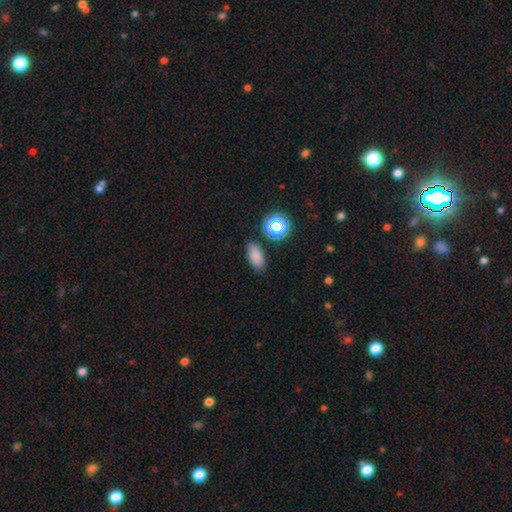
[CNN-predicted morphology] Smooth or featured?
  - smooth: 79% *
  - star or artifact: 15%
  - featured or disk: 6%
How rounded?
  - in between: 87% *
  - round: 7%
  - cigar-shaped: 6%
Merging?
  - none: 82% *
  - minor disturbance: 12%
  - major disturbance: 3%
  - merger: 3%